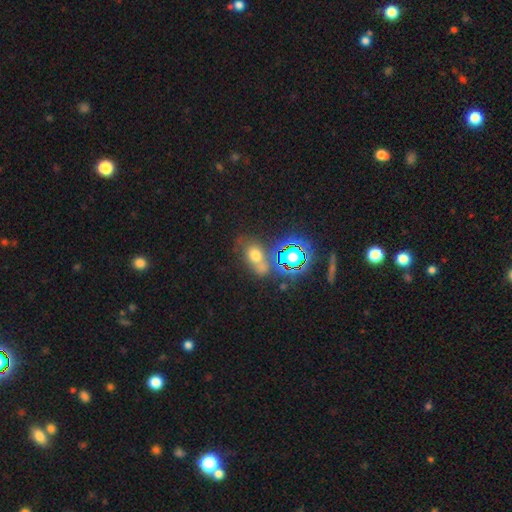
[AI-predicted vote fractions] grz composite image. It shows a smooth galaxy with no disk features (52%) that is in between round and cigar-shaped (61%). Merging: none (54%).